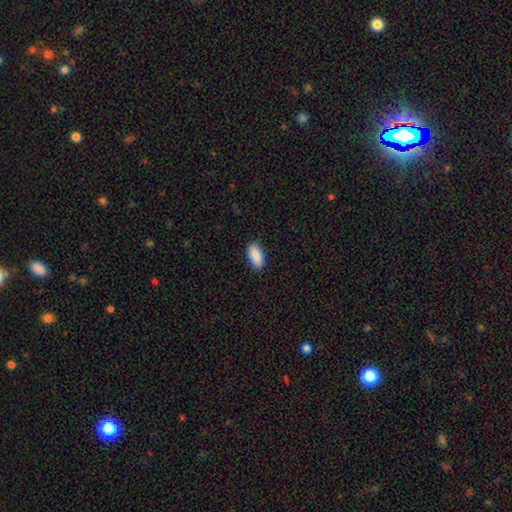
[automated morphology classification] smooth-or-featured: smooth: 91% | star or artifact: 6% | featured or disk: 3%
  how-rounded: in between: 93% | cigar-shaped: 5% | round: 2%
  merging: none: 87% | minor disturbance: 10% | major disturbance: 2% | merger: 1%